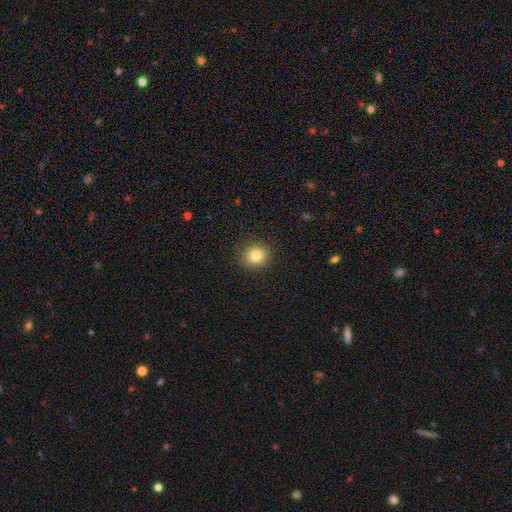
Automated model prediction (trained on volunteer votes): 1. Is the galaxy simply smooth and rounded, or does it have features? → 83% smooth, 11% star or artifact, 7% featured or disk.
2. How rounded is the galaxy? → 80% round, 19% in between, 1% cigar-shaped.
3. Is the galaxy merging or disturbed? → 89% none, 7% minor disturbance, 3% major disturbance, 1% merger.